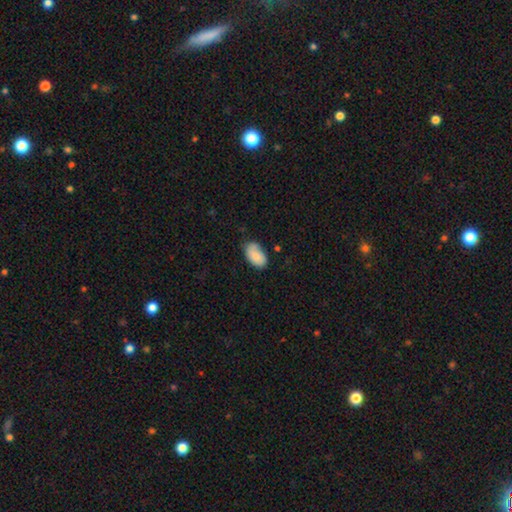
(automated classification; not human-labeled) Q: Smooth or featured?
A: smooth (84%); runner-up: featured or disk (9%)
Q: How rounded?
A: in between (93%); runner-up: round (5%)
Q: Merging?
A: none (62%); runner-up: minor disturbance (29%)